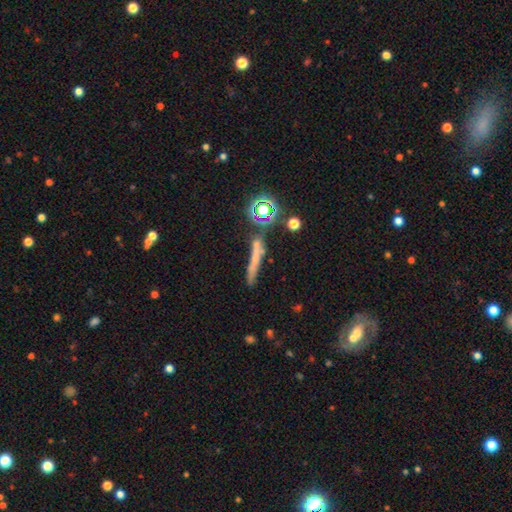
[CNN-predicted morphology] Overall: smooth (44%; featured or disk 30%). Merging: none (64%).